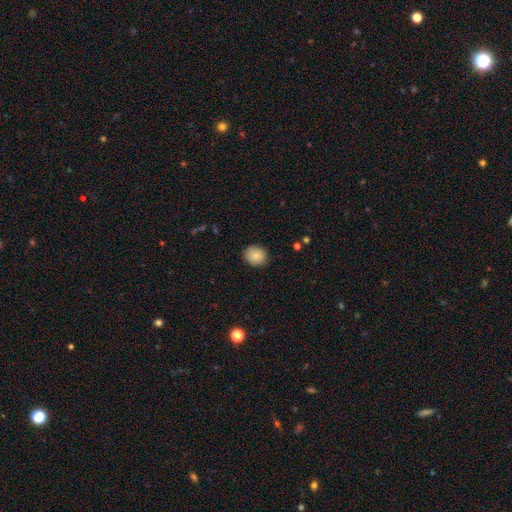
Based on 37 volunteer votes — Overall: smooth (92%). How rounded: round (76%). Merging: none (89%).